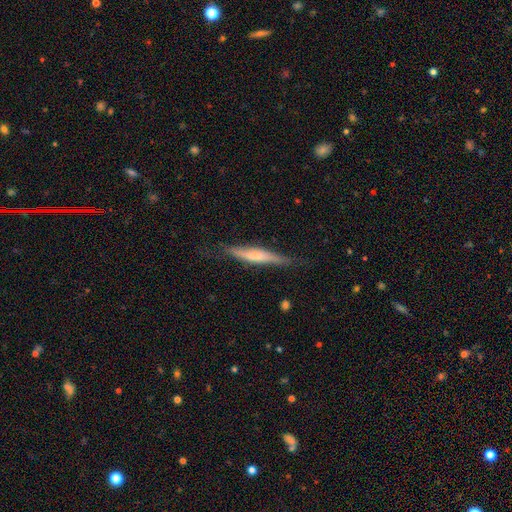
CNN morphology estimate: The model was most divided on "smooth or featured": smooth: 48%, featured or disk: 46%, star or artifact: 6%. More confident: merging — none (73%).